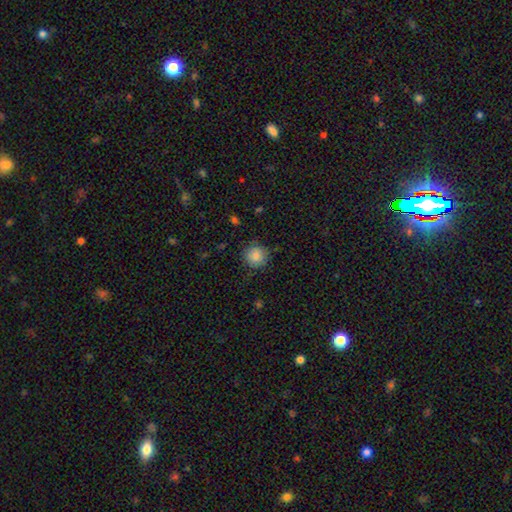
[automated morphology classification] smooth 86%, star or artifact 9%, featured or disk 5%. Down the decision tree: how rounded — round (92%); merging — none (84%).